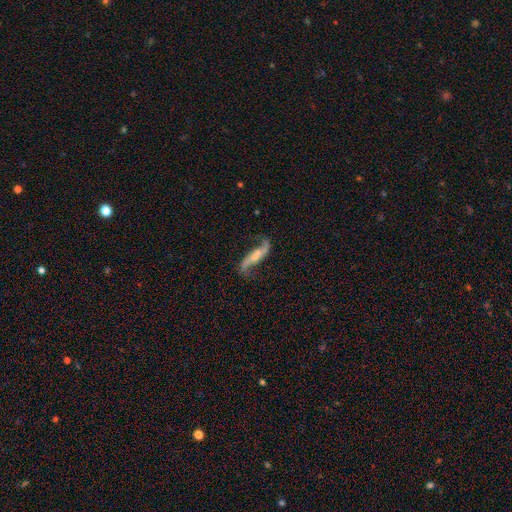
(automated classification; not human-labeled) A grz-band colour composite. It shows a featured or disk galaxy (82%) with no bar (45%), 2 (92%) loose (90%) spiral arms (93%) and a small central bulge (58%). Merging: none (68%).